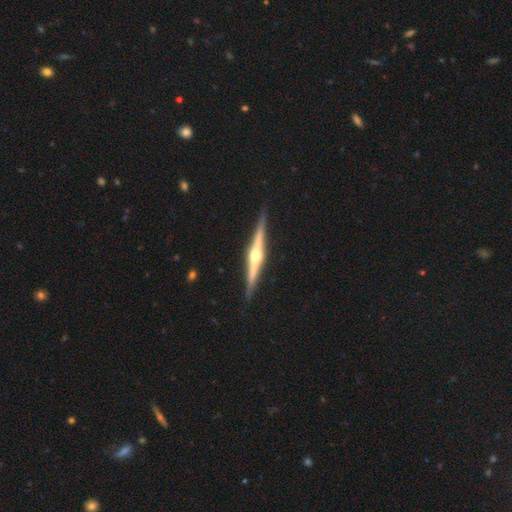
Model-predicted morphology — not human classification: Smooth or featured? featured or disk (84%)
Edge-on disk? yes (98%)
Edge-on bulge? rounded (94%)
Merging? none (91%)